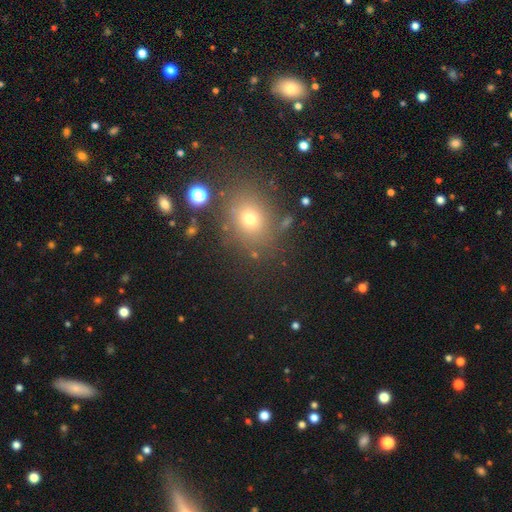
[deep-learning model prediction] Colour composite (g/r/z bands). It shows a smooth galaxy with no disk features (50%). Merging: none (84%).